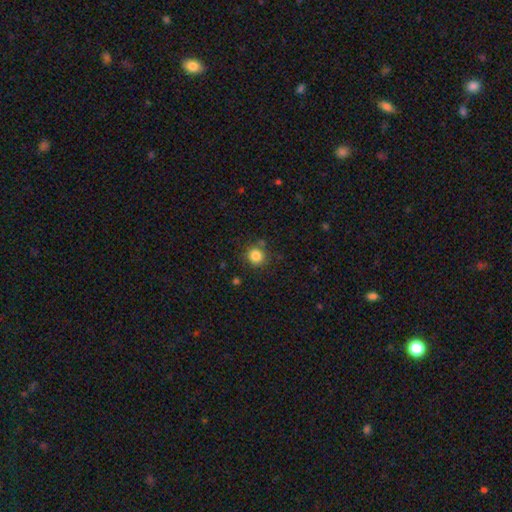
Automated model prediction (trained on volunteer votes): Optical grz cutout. It shows a smooth galaxy with no disk features (84%) that is round (91%). Merging: none (83%).